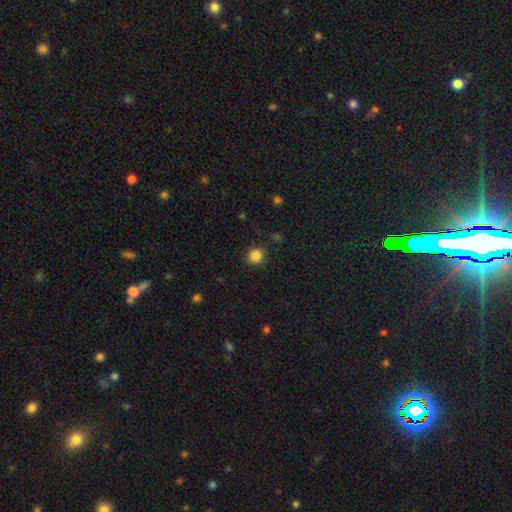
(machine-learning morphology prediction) A smooth galaxy with no disk features (85%) that is round (93%).

Vote fractions:
- Smooth or featured? smooth: 85% / star or artifact: 11% / featured or disk: 4%
- How rounded? round: 93% / in between: 6% / cigar-shaped: 1%
- Merging? none: 89% / minor disturbance: 7% / major disturbance: 2% / merger: 1%